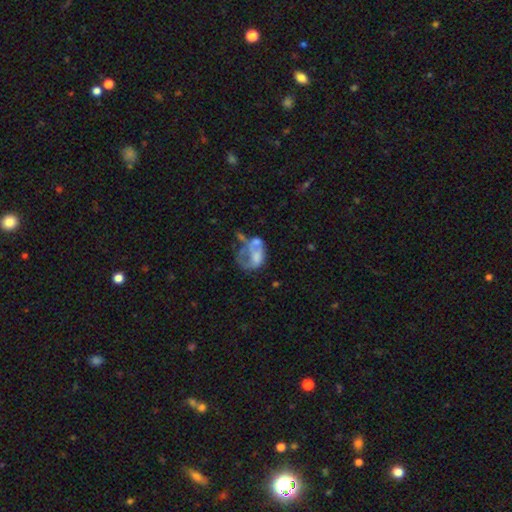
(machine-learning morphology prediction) Q: Smooth or featured?
A: featured or disk (53%); runner-up: smooth (36%)
Q: Edge-on disk?
A: no (98%); runner-up: yes (2%)
Q: Bar?
A: no (86%); runner-up: weak (11%)
Q: Spiral arms?
A: no (87%); runner-up: yes (13%)
Q: Bulge size?
A: none (60%); runner-up: moderate (17%)
Q: Merging?
A: major disturbance (41%); runner-up: merger (25%)